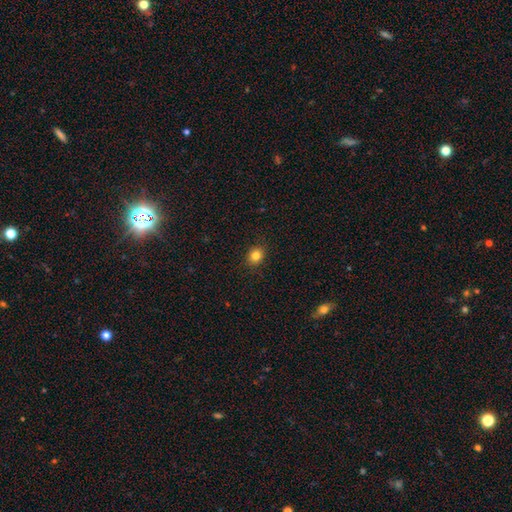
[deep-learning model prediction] Smooth or featured?
  - smooth: 83% *
  - star or artifact: 12%
  - featured or disk: 6%
How rounded?
  - round: 64% *
  - in between: 35%
  - cigar-shaped: 1%
Merging?
  - none: 90% *
  - minor disturbance: 7%
  - major disturbance: 2%
  - merger: 1%